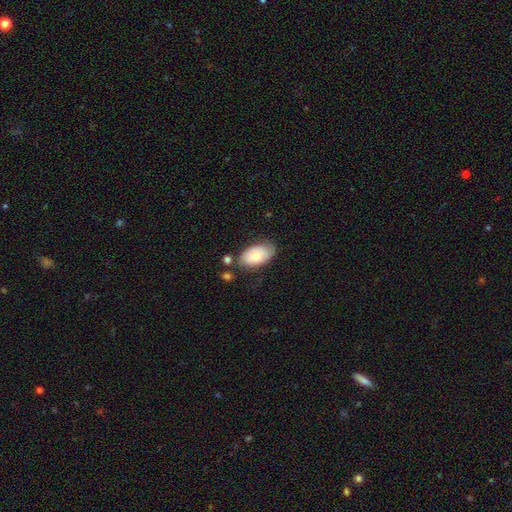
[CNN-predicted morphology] Smooth or featured? smooth (70%)
How rounded? in between (94%)
Merging? none (67%)